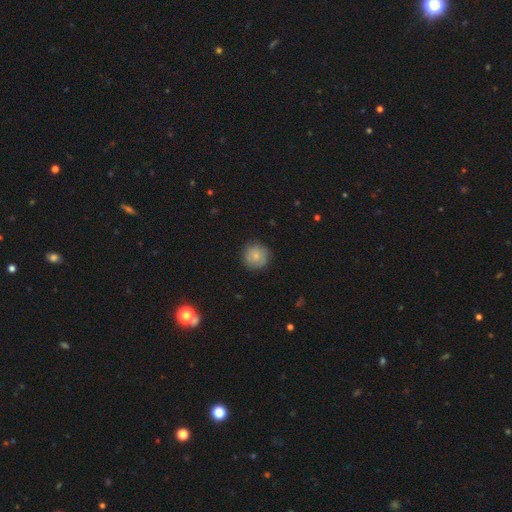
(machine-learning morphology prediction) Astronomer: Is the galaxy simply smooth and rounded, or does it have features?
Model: smooth — 77%.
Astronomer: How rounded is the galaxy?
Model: round — 94%.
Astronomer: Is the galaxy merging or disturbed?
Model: none — 84%.